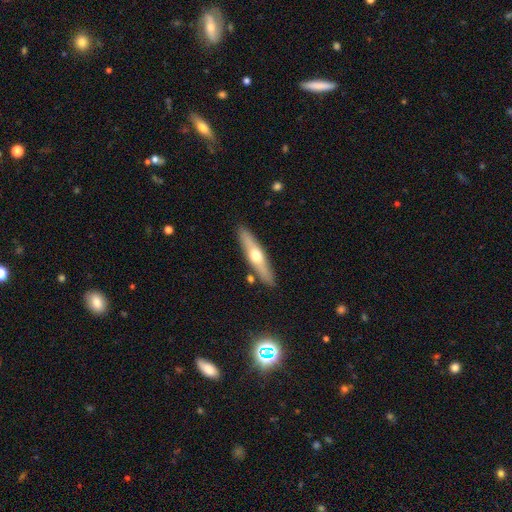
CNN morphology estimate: A featured or disk galaxy (50%) viewed edge-on (85%). Merging: none (86%).